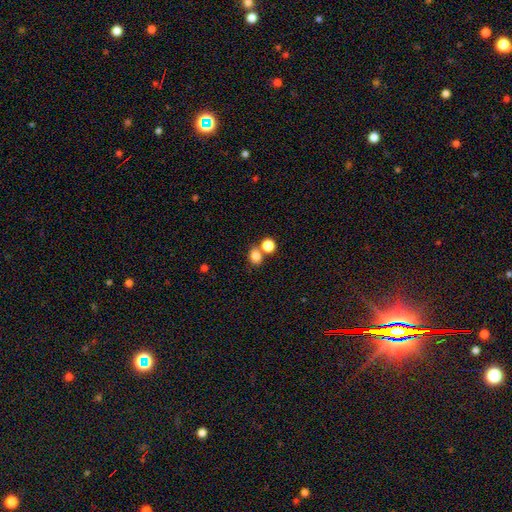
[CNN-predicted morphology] Q: Smooth or featured?
A: smooth (82%); runner-up: star or artifact (12%)
Q: How rounded?
A: round (60%); runner-up: in between (39%)
Q: Merging?
A: none (56%); runner-up: merger (32%)